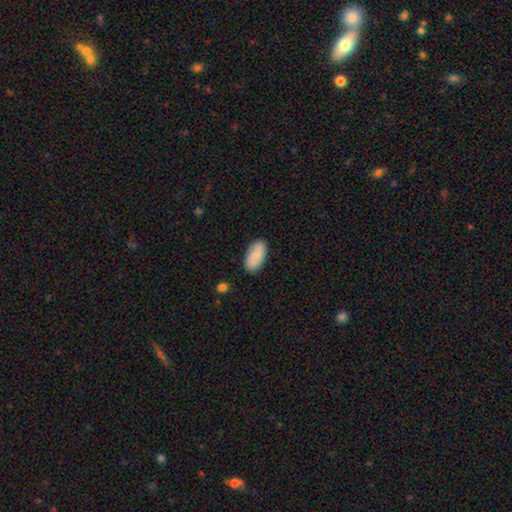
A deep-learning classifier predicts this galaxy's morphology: The model was most divided on "smooth or featured": smooth: 75%, featured or disk: 19%, star or artifact: 6%. More confident: how rounded — in between (94%); merging — none (84%).